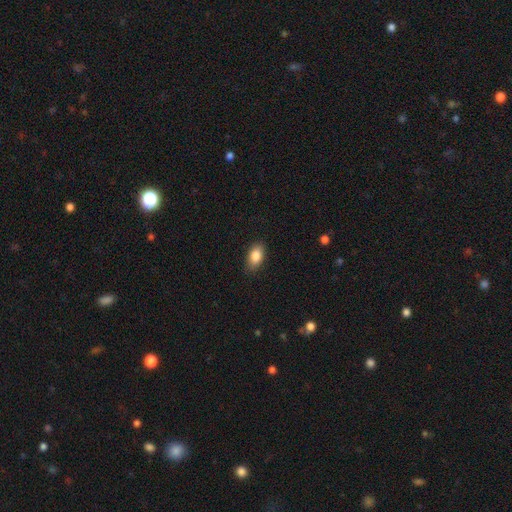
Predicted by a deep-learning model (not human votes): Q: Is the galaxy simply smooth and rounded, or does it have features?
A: smooth — 85%.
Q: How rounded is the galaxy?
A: in between — 90%.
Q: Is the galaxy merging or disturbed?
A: none — 85%.